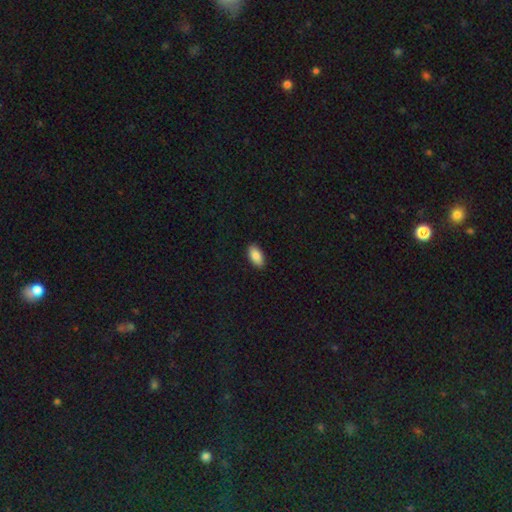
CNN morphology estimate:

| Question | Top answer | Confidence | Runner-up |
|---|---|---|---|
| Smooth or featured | smooth | 88% | star or artifact (7%) |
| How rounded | in between | 92% | cigar-shaped (5%) |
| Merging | none | 89% | minor disturbance (8%) |